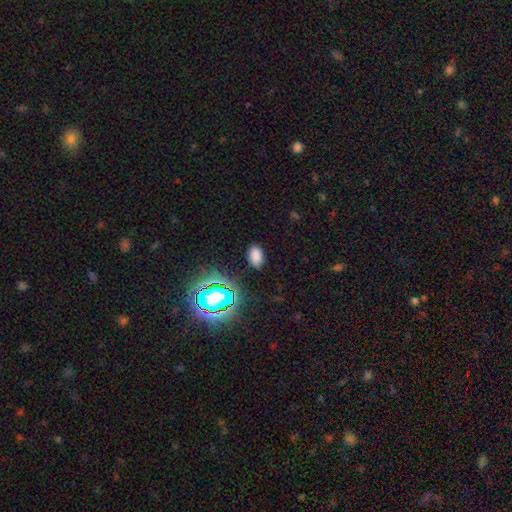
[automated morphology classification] Smooth or featured? Predicted: smooth (p=0.76). How rounded? Predicted: in between (p=0.91). Merging? Predicted: none (p=0.85).